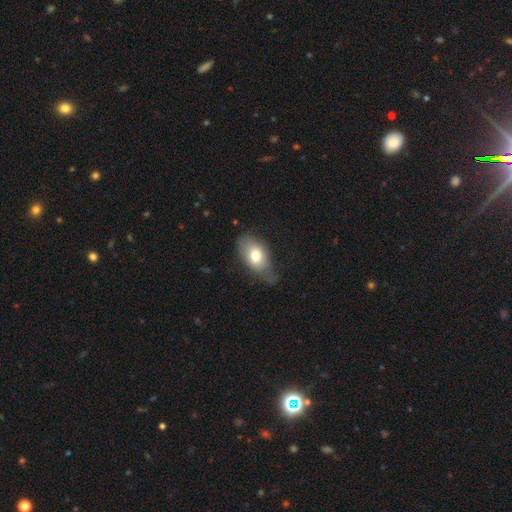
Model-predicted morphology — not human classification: smooth_or_featured: smooth (p=0.73) [alt: featured or disk p=0.20]
how_rounded: in between (p=0.87) [alt: round p=0.10]
merging: none (p=0.47) [alt: minor disturbance p=0.37]